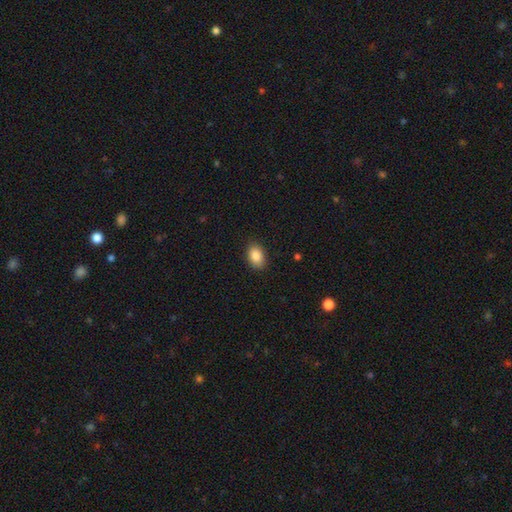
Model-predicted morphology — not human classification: Smooth or featured? smooth (88%)
How rounded? in between (87%)
Merging? none (88%)